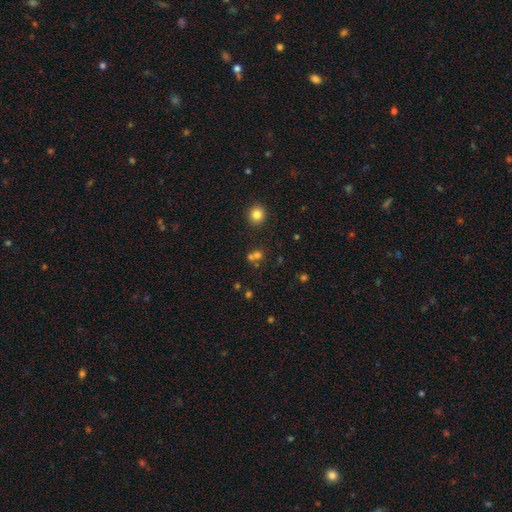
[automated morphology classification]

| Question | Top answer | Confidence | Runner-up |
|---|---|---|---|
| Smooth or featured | smooth | 66% | star or artifact (21%) |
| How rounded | round | 79% | in between (20%) |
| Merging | none | 50% | merger (39%) |